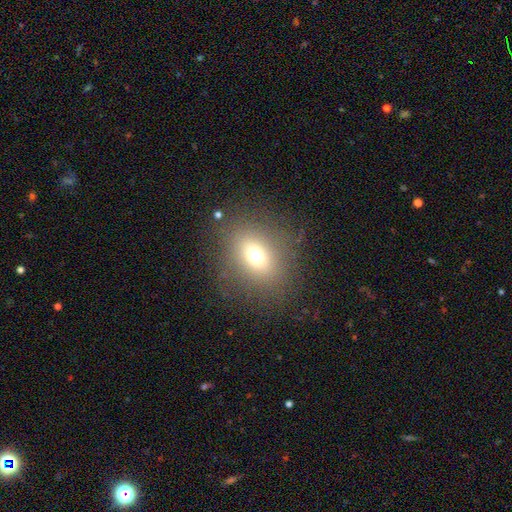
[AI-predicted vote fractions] smooth_or_featured: smooth (p=0.67) [alt: star or artifact p=0.19]
how_rounded: round (p=0.54) [alt: in between p=0.45]
merging: none (p=0.82) [alt: minor disturbance p=0.10]